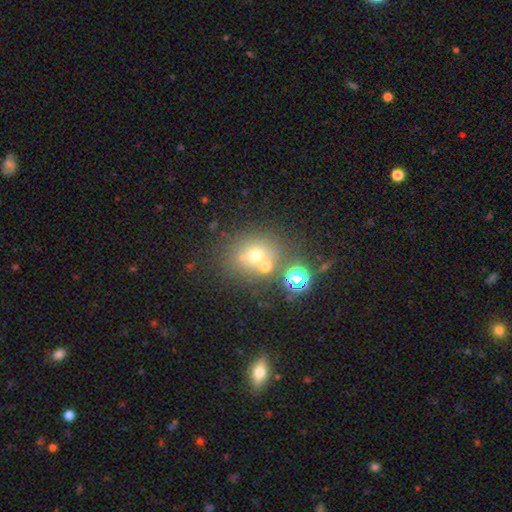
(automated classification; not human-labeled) This is possibly a smooth galaxy (58%). How rounded: likely round (76%). Merging: possibly none (57%).